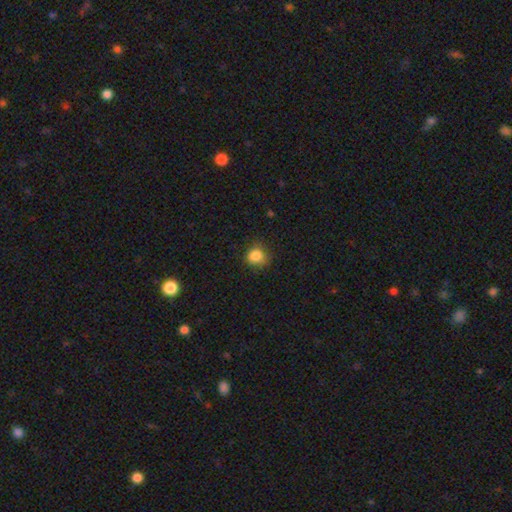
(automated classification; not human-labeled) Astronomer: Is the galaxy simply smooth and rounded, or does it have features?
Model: smooth — 84%.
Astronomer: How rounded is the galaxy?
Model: round — 75%.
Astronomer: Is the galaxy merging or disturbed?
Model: none — 70%.